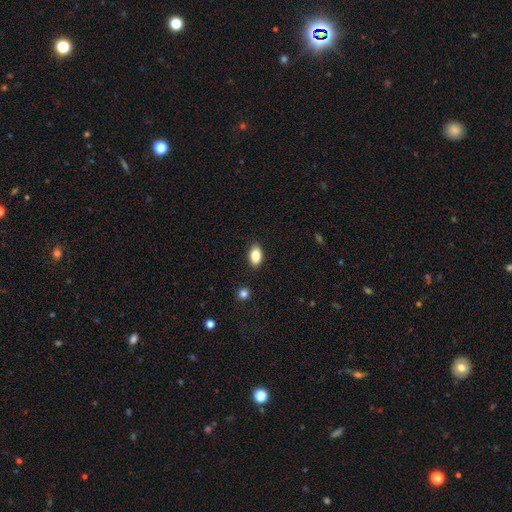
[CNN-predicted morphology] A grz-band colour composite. It shows a smooth galaxy with no disk features (87%) that is in between round and cigar-shaped (90%). Merging: none (88%).